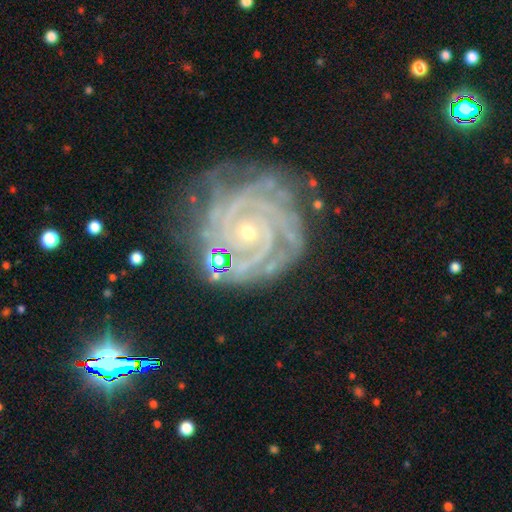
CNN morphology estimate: Smooth or featured? Predicted: featured or disk (p=0.87). Edge-on disk? Predicted: no (p=0.98). Bar? Predicted: no (p=0.73). Spiral arms? Predicted: yes (p=0.98). Spiral winding? Predicted: tight (p=0.84). Spiral arm count? Predicted: 4 (p=0.23). Bulge size? Predicted: small (p=0.78). Merging? Predicted: none (p=0.73).